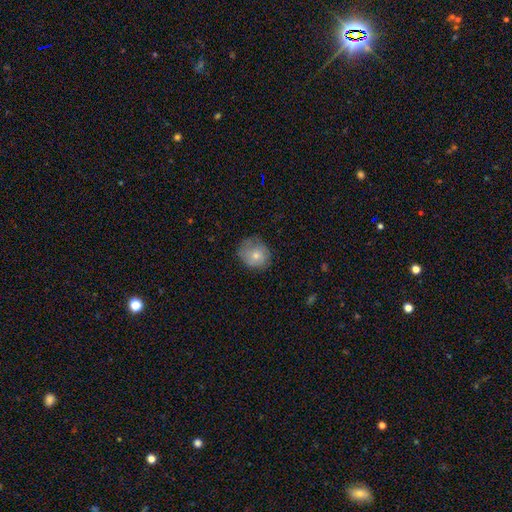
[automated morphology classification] Q: Smooth or featured?
A: smooth (73%); runner-up: featured or disk (19%)
Q: How rounded?
A: round (78%); runner-up: in between (21%)
Q: Merging?
A: none (62%); runner-up: minor disturbance (27%)